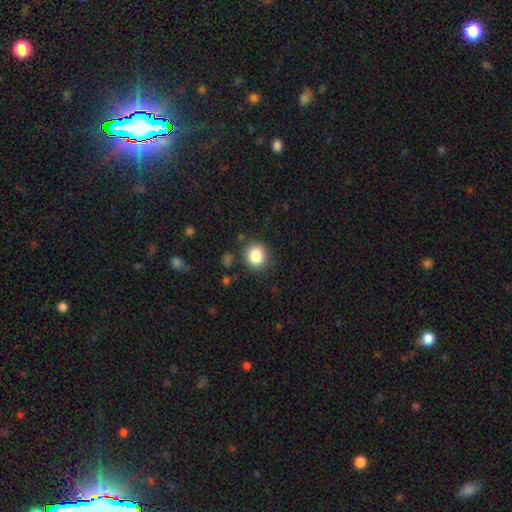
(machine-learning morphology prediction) This appears to be a smooth galaxy with no disk features (86%) that is round (87%). Merging: none (85%).